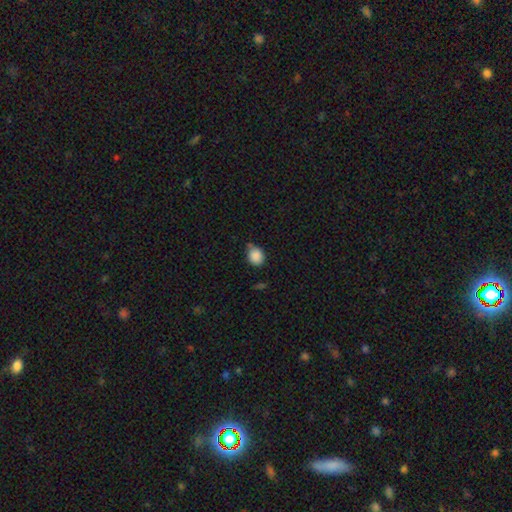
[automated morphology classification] A smooth galaxy with no disk features (88%) that is round (60%). Merging: none (58%).